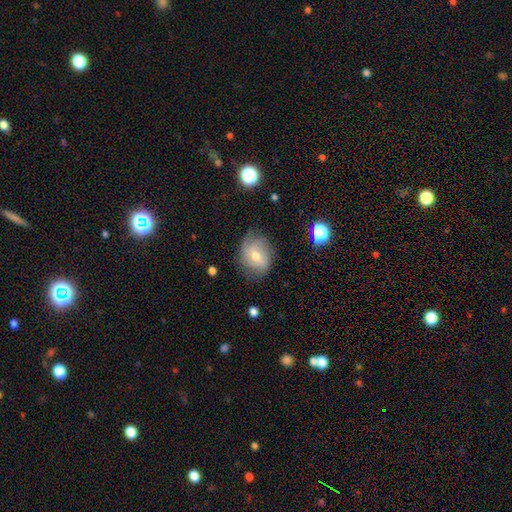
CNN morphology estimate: This appears to be a smooth galaxy with no disk features (53%) that is round (52%). Merging: none (62%).